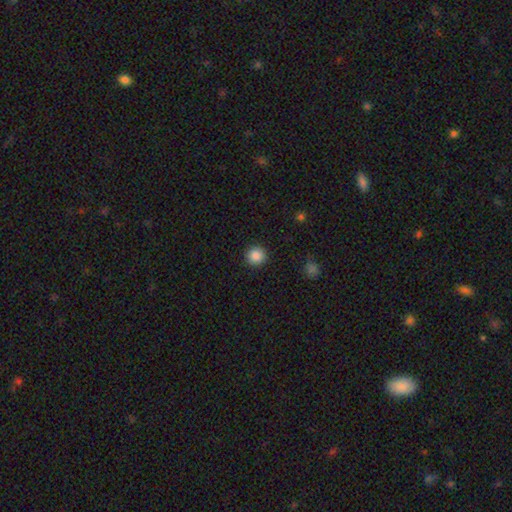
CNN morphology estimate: smooth 87%, star or artifact 10%, featured or disk 3%. Down the decision tree: how rounded — round (94%); merging — none (92%).